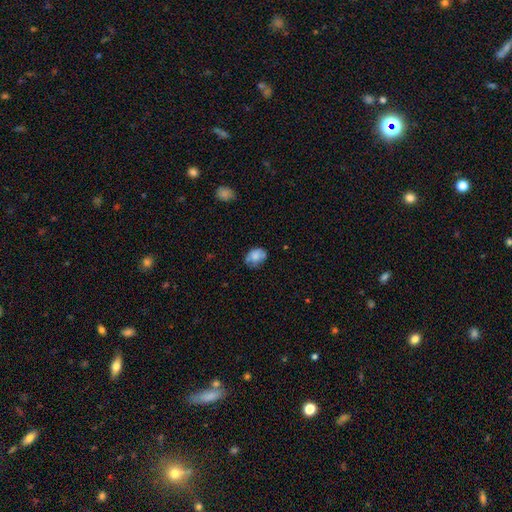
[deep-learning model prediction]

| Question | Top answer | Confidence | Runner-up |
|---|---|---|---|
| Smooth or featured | smooth | 73% | featured or disk (18%) |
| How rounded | in between | 66% | round (32%) |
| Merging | none | 59% | minor disturbance (31%) |